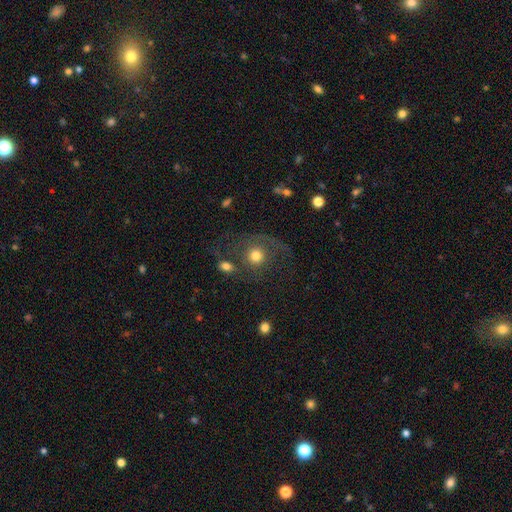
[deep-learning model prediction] Smooth or featured?
  - smooth: 56% *
  - featured or disk: 33%
  - star or artifact: 11%
How rounded?
  - round: 87% *
  - in between: 12%
  - cigar-shaped: 1%
Merging?
  - none: 44% *
  - major disturbance: 27%
  - minor disturbance: 16%
  - merger: 14%